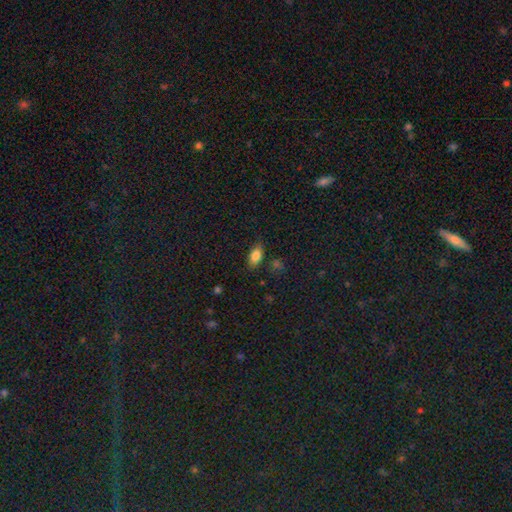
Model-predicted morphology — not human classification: Q: Smooth or featured?
A: smooth (82%); runner-up: featured or disk (9%)
Q: How rounded?
A: in between (88%); runner-up: cigar-shaped (7%)
Q: Merging?
A: none (81%); runner-up: minor disturbance (13%)